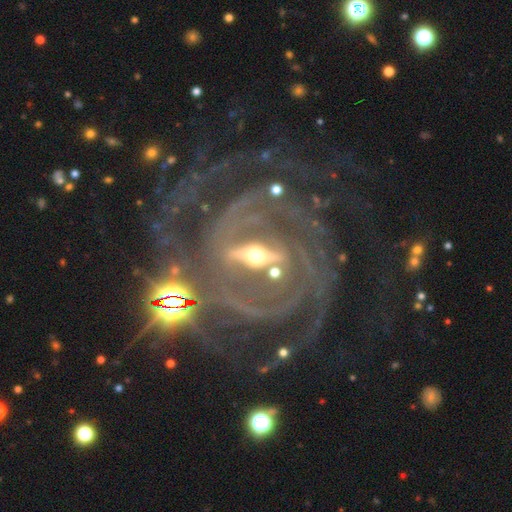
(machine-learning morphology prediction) The model was most divided on "bulge size": moderate: 52%, small: 38%, large: 7%, dominant: 2%, none: 1%. Remaining: spiral arms — yes (93%); edge-on disk — no (91%); smooth or featured — featured or disk (89%); bar — strong (80%); merging — none (58%); spiral winding — tight (51%); spiral arm count — 2 (33%).